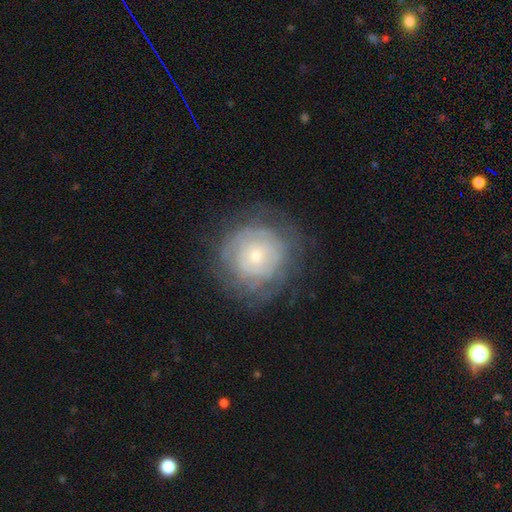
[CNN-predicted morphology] Q: Smooth or featured?
A: featured or disk (58%); runner-up: smooth (34%)
Q: Edge-on disk?
A: no (97%); runner-up: yes (3%)
Q: Bar?
A: no (85%); runner-up: weak (13%)
Q: Spiral arms?
A: yes (63%); runner-up: no (37%)
Q: Bulge size?
A: small (64%); runner-up: moderate (30%)
Q: Merging?
A: none (74%); runner-up: minor disturbance (16%)